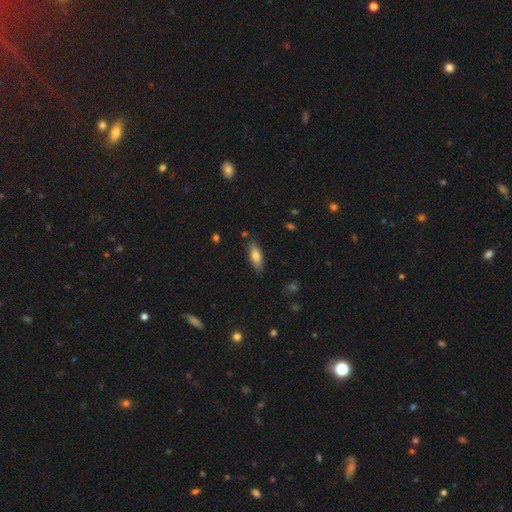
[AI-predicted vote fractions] Smooth or featured: smooth — 74% (featured or disk — 19%)
How rounded: in between — 66% (cigar-shaped — 32%)
Merging: none — 83% (minor disturbance — 12%)